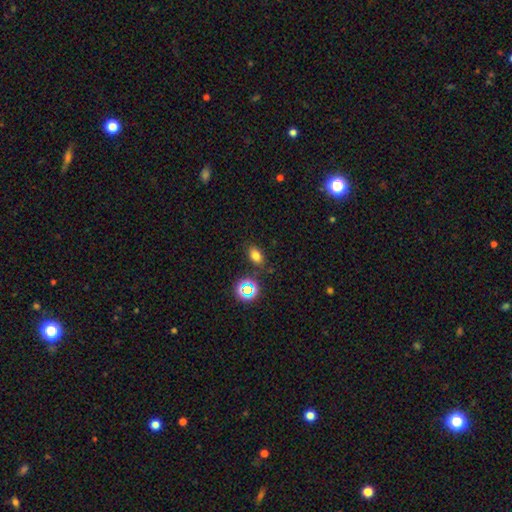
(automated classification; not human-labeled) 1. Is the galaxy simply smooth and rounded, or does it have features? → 73% smooth, 19% star or artifact, 8% featured or disk.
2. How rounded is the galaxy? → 79% in between, 18% round, 2% cigar-shaped.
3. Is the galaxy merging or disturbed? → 81% none, 11% minor disturbance, 4% merger, 3% major disturbance.